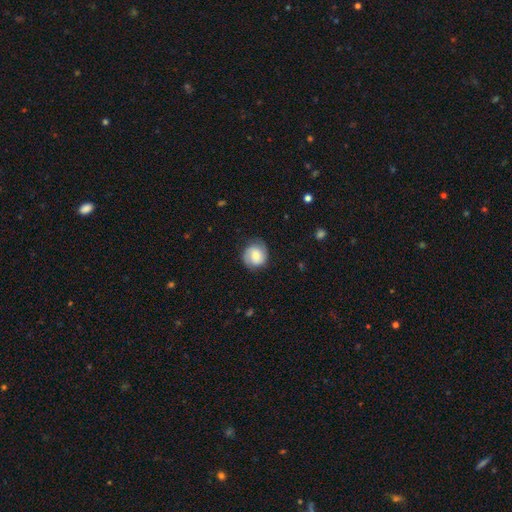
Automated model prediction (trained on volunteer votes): Q: Smooth or featured?
A: smooth (52%); runner-up: featured or disk (40%)
Q: How rounded?
A: round (83%); runner-up: in between (16%)
Q: Merging?
A: none (79%); runner-up: minor disturbance (15%)